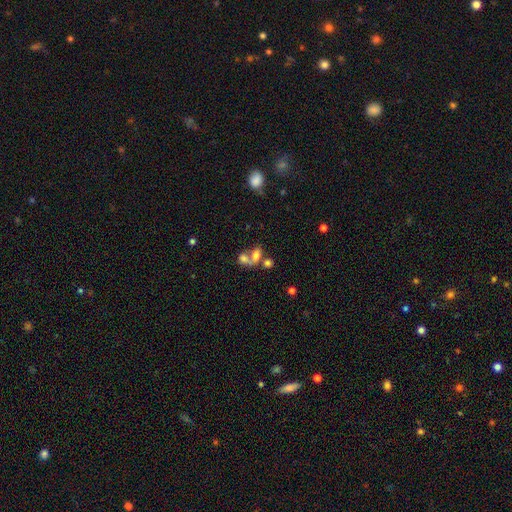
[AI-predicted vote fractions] Overall: smooth (68%). How rounded: in between (69%). Merging: merger (64%).